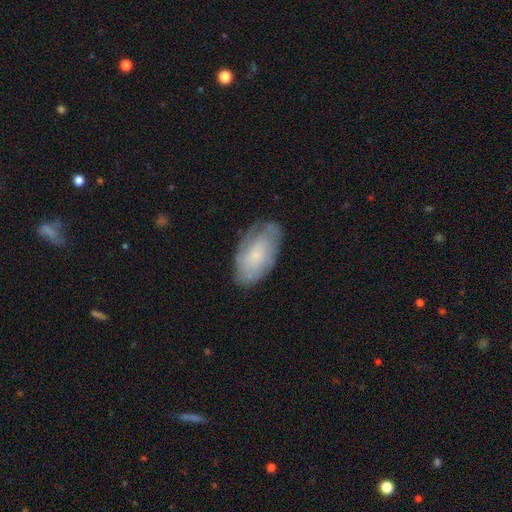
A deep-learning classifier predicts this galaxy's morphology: Smooth or featured?
  - smooth: 52% *
  - featured or disk: 41%
  - star or artifact: 7%
How rounded?
  - in between: 94% *
  - round: 4%
  - cigar-shaped: 2%
Merging?
  - none: 71% *
  - minor disturbance: 22%
  - major disturbance: 6%
  - merger: 1%